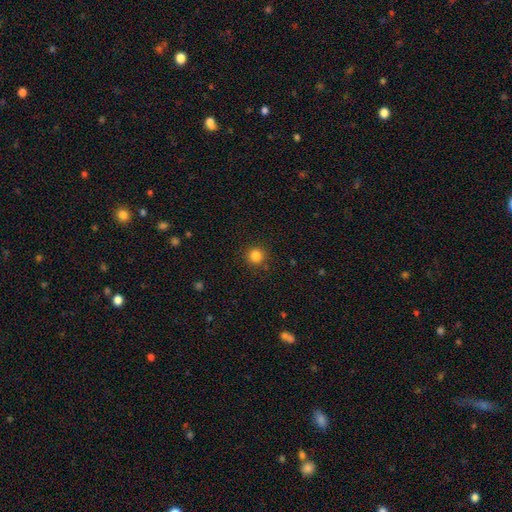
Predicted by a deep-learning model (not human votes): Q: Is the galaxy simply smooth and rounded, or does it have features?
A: smooth — 84%.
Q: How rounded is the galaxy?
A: round — 94%.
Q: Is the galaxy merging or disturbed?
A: none — 89%.